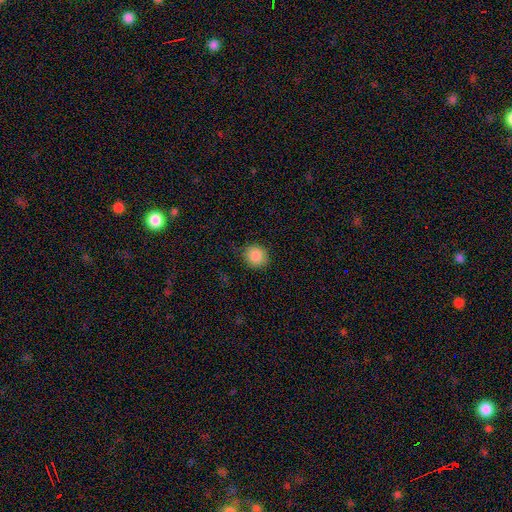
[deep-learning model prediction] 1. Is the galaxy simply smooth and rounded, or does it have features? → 87% smooth, 9% star or artifact, 5% featured or disk.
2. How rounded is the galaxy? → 86% round, 14% in between, 1% cigar-shaped.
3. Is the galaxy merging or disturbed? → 83% none, 13% minor disturbance, 3% major disturbance, 1% merger.